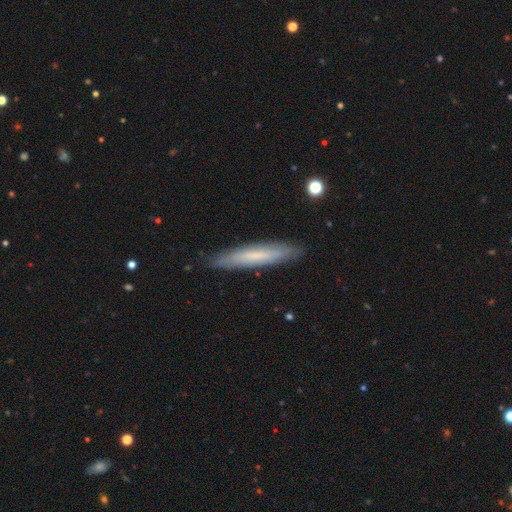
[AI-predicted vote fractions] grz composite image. It shows a smooth galaxy with no disk features (59%) that is cigar-shaped (91%). Merging: none (87%).